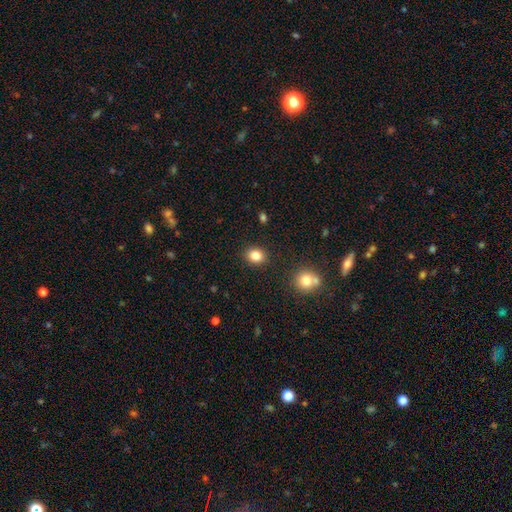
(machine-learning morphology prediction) A smooth galaxy with no disk features (84%) that is round (57%). Merging: none (88%).